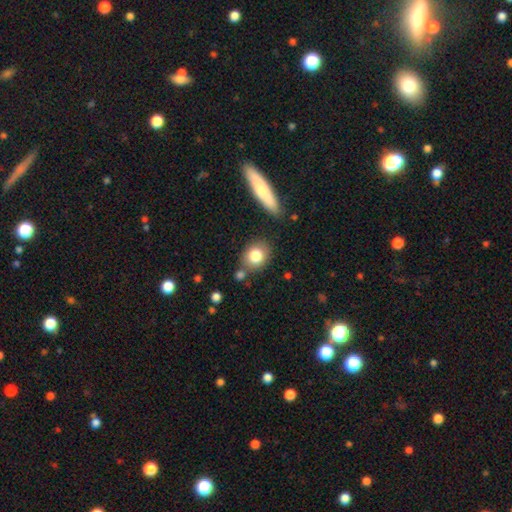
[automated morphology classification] Smooth or featured?
  - smooth: 81% *
  - featured or disk: 11%
  - star or artifact: 9%
How rounded?
  - round: 62% *
  - in between: 36%
  - cigar-shaped: 2%
Merging?
  - none: 74% *
  - minor disturbance: 13%
  - merger: 10%
  - major disturbance: 4%